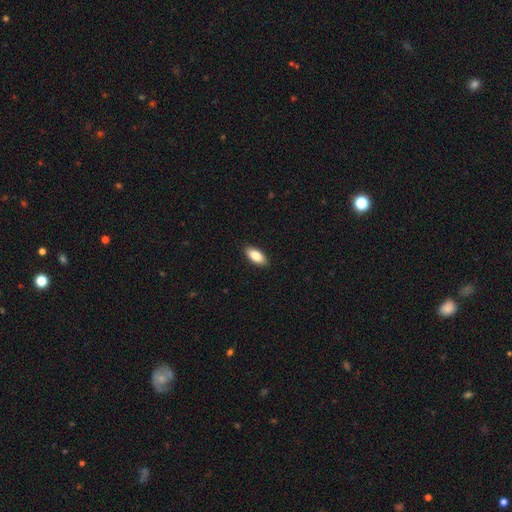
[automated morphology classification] type=smooth (84%); roundness=in between (86%); merging=none (90%).